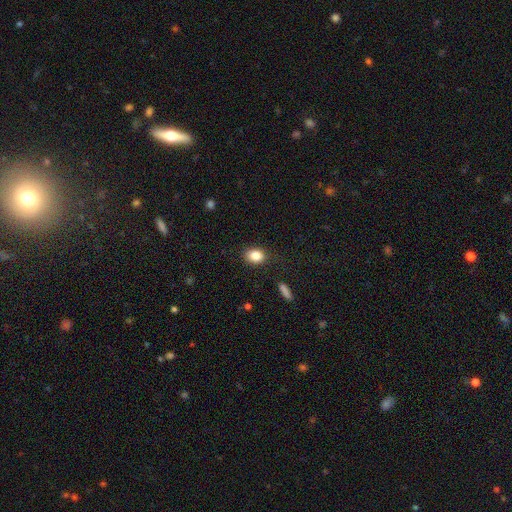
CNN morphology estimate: smooth_or_featured: smooth (p=0.85) [alt: star or artifact p=0.09]
how_rounded: in between (p=0.67) [alt: round p=0.32]
merging: none (p=0.85) [alt: minor disturbance p=0.10]